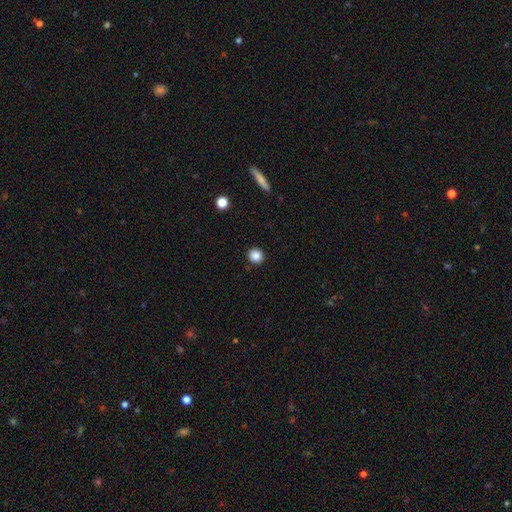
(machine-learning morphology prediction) A smooth galaxy with no disk features (86%) that is round (93%). Merging: none (92%).